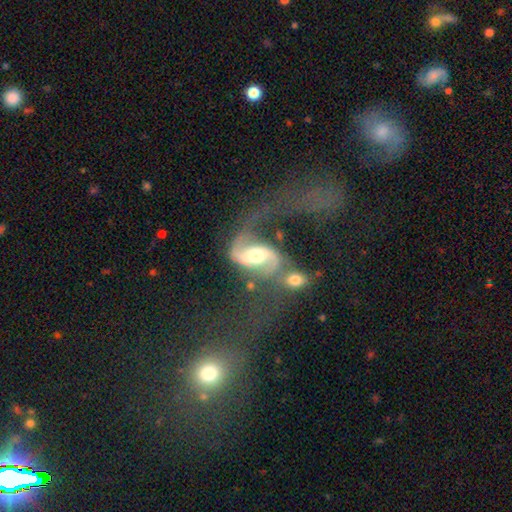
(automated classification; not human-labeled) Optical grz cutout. It shows a featured or disk galaxy (85%) with a weak bar (39%), 2 (88%) loose (61%) spiral arms (95%) and a moderate central bulge (67%). Merging: merger (31%).